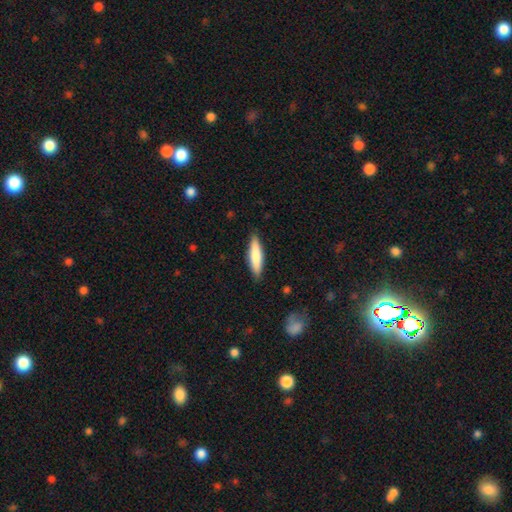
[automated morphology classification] Smooth or featured? Predicted: smooth (p=0.76). How rounded? Predicted: cigar-shaped (p=0.73). Merging? Predicted: none (p=0.87).